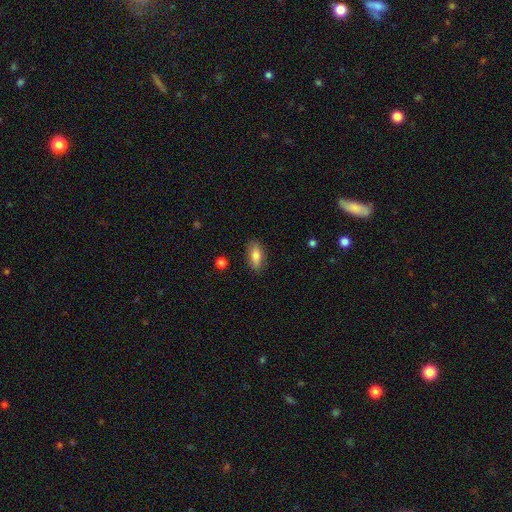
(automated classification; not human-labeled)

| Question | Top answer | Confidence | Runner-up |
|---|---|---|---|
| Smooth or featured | smooth | 78% | featured or disk (14%) |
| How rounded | in between | 82% | cigar-shaped (14%) |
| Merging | none | 86% | minor disturbance (10%) |